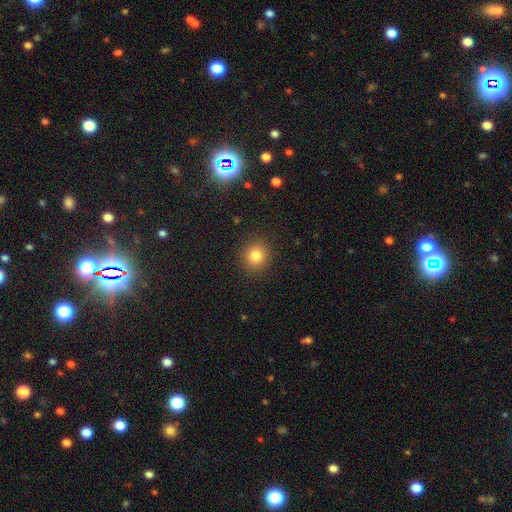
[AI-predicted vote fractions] smooth-or-featured: smooth: 82% | star or artifact: 12% | featured or disk: 6%
  how-rounded: round: 90% | in between: 9% | cigar-shaped: 1%
  merging: none: 90% | minor disturbance: 6% | major disturbance: 2% | merger: 1%